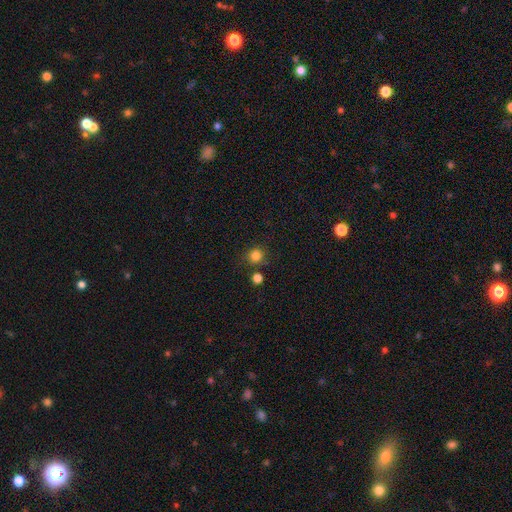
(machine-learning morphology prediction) The model was most divided on "smooth or featured": smooth: 82%, star or artifact: 14%, featured or disk: 4%. More confident: how rounded — round (92%); merging — none (81%).